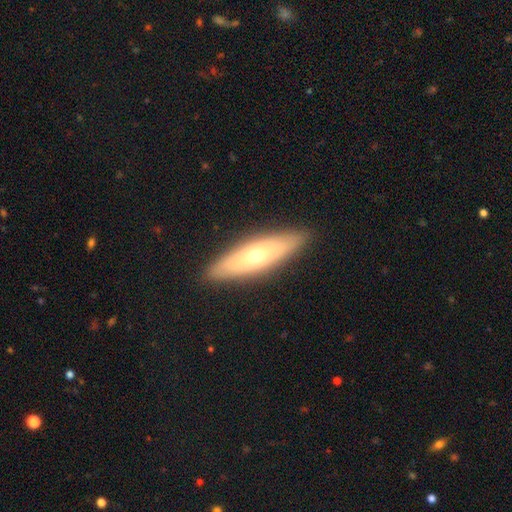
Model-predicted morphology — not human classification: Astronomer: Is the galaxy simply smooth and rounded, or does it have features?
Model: smooth — 54% (runner-up: featured or disk, 40%).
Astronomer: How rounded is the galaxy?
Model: cigar-shaped — 60% (runner-up: in between, 37%).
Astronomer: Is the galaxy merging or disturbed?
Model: none — 89%.